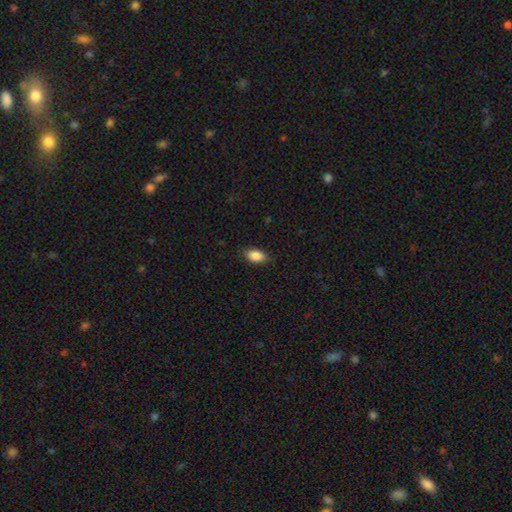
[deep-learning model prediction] Overall: smooth (86%). How rounded: in between (90%). Merging: none (85%).